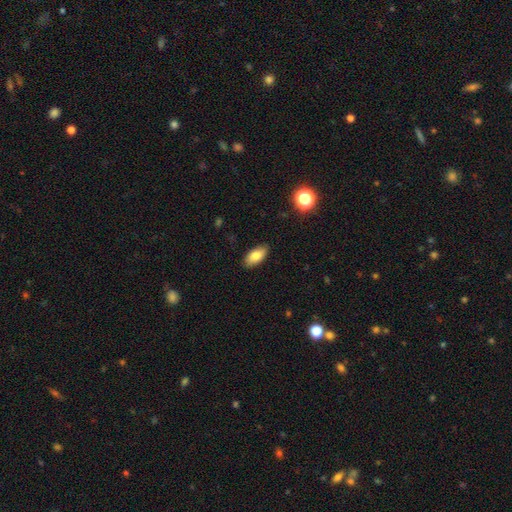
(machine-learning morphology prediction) smooth-or-featured: smooth: 80% | featured or disk: 12% | star or artifact: 7%
  how-rounded: in between: 91% | cigar-shaped: 7% | round: 3%
  merging: none: 88% | minor disturbance: 9% | major disturbance: 2% | merger: 1%